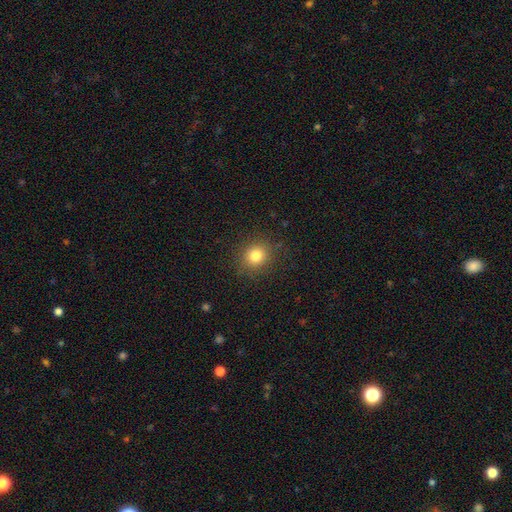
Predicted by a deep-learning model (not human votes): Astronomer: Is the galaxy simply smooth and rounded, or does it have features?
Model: smooth — 81%.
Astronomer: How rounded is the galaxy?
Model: round — 83%.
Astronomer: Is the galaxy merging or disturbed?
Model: none — 87%.